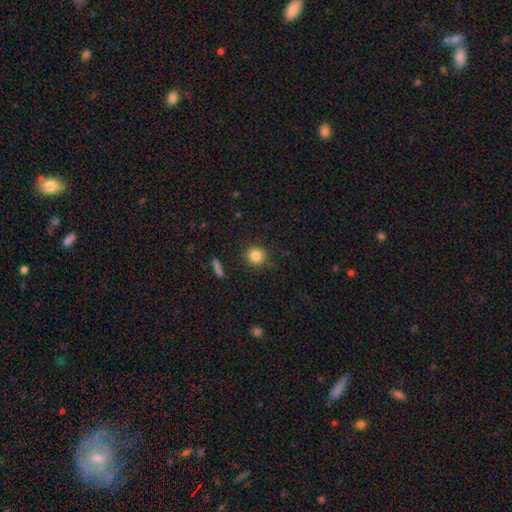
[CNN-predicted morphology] smooth_or_featured: smooth (p=0.84) [alt: star or artifact p=0.10]
how_rounded: round (p=0.90) [alt: in between p=0.09]
merging: none (p=0.85) [alt: minor disturbance p=0.10]